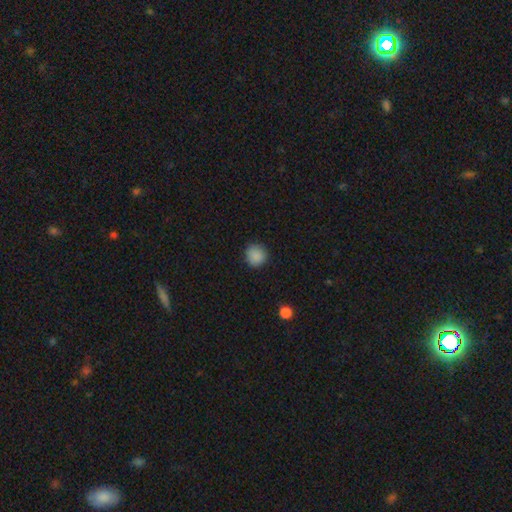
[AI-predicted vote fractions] The model was most divided on "smooth or featured": smooth: 88%, star or artifact: 9%, featured or disk: 3%. More confident: how rounded — round (92%); merging — none (88%).